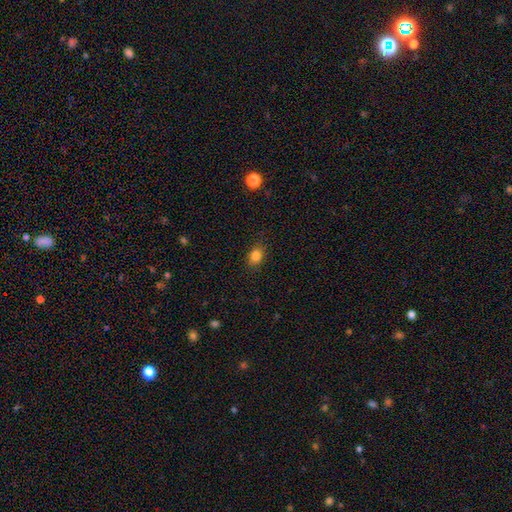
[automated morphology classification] The model was most divided on "how rounded": in between: 66%, round: 32%, cigar-shaped: 2%. More confident: smooth or featured — smooth (84%); merging — none (84%).